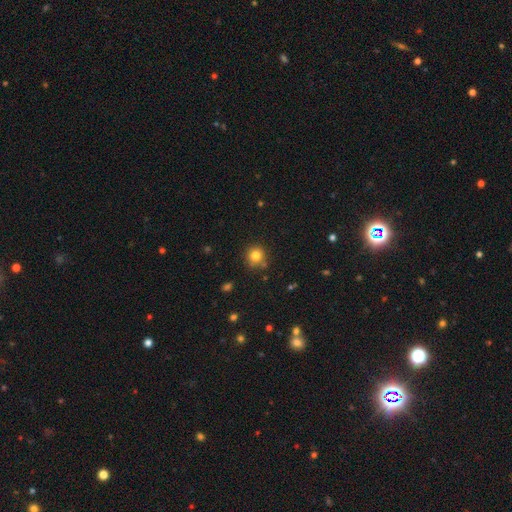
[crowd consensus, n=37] This is clearly a smooth galaxy (89%). How rounded: clearly round (88%). Merging: likely none (71%).